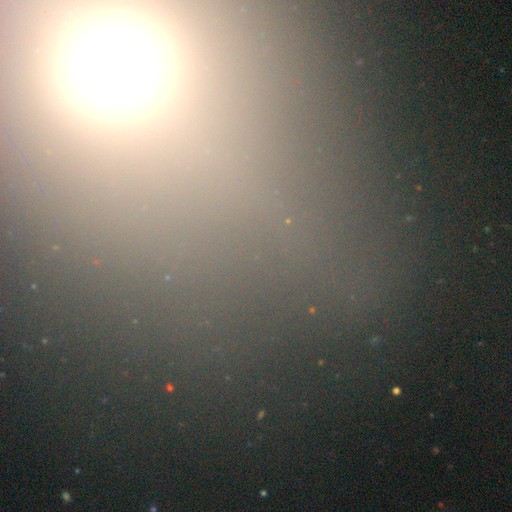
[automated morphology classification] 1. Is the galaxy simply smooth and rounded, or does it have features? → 65% star or artifact, 24% smooth, 11% featured or disk.